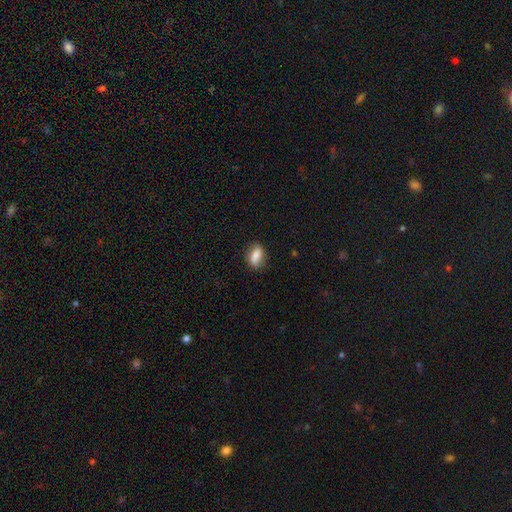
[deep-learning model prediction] This appears to be a smooth galaxy with no disk features (83%) that is in between round and cigar-shaped (82%). Merging: none (80%).